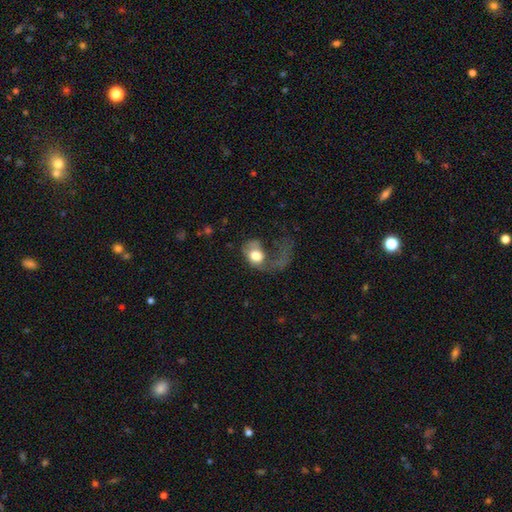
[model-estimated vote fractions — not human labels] A smooth galaxy with no disk features (58%) that is in between round and cigar-shaped (55%).

Vote fractions:
- Smooth or featured? smooth: 58% / featured or disk: 34% / star or artifact: 7%
- How rounded? in between: 55% / round: 43% / cigar-shaped: 1%
- Merging? major disturbance: 70% / none: 13% / minor disturbance: 12% / merger: 5%